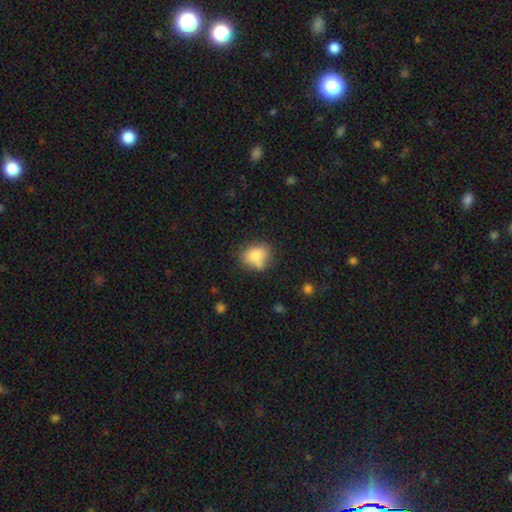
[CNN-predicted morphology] smooth_or_featured: smooth (p=0.78) [alt: featured or disk p=0.13]
how_rounded: in between (p=0.57) [alt: round p=0.42]
merging: none (p=0.57) [alt: minor disturbance p=0.21]